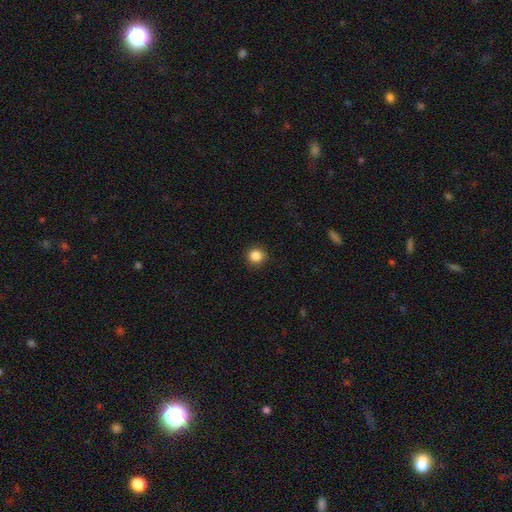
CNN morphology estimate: Overall: smooth (86%). How rounded: round (90%). Merging: none (90%).